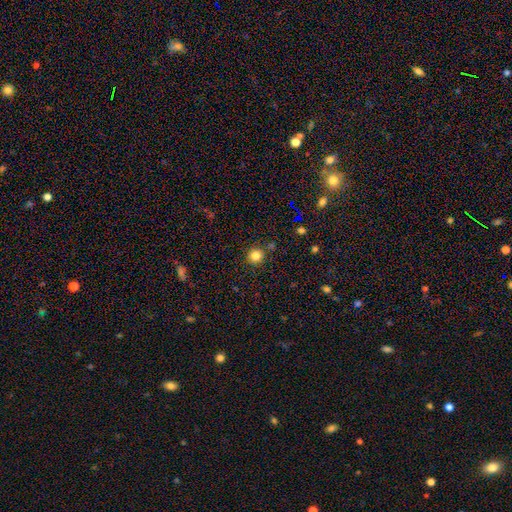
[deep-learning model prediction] Smooth or featured? Predicted: smooth (p=0.82). How rounded? Predicted: round (p=0.92). Merging? Predicted: none (p=0.84).